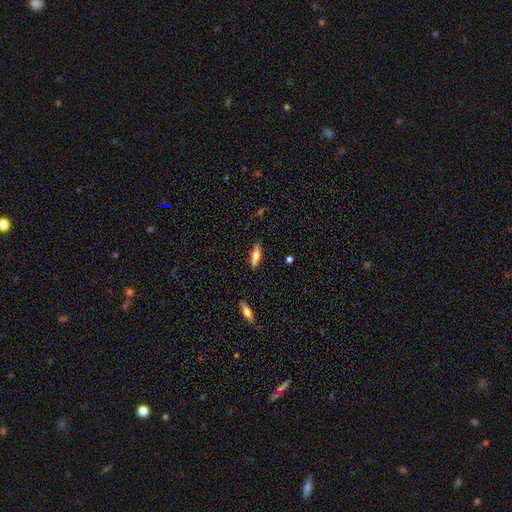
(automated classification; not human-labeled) Smooth or featured: smooth — 62% (featured or disk — 31%)
How rounded: cigar-shaped — 50% (in between — 48%)
Merging: none — 85% (minor disturbance — 11%)